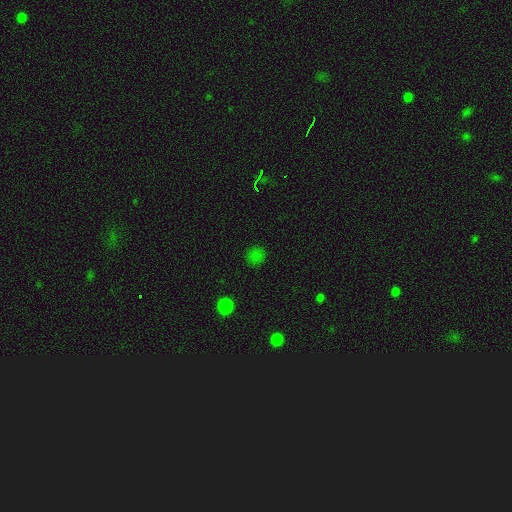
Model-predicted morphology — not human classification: Smooth or featured? Predicted: smooth (p=0.69). How rounded? Predicted: round (p=0.87). Merging? Predicted: none (p=0.86).